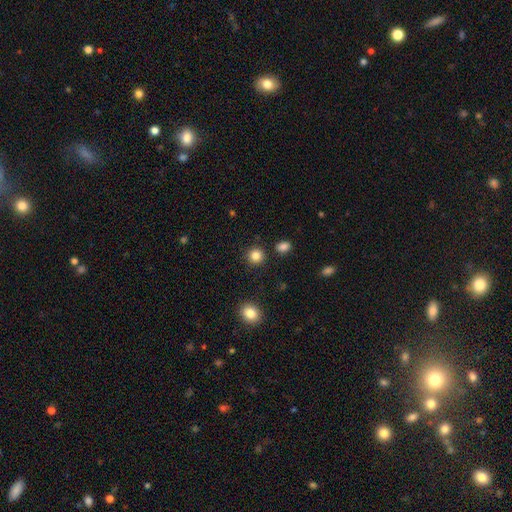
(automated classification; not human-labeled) Q: Smooth or featured?
A: smooth (84%); runner-up: star or artifact (11%)
Q: How rounded?
A: round (92%); runner-up: in between (8%)
Q: Merging?
A: none (89%); runner-up: minor disturbance (6%)